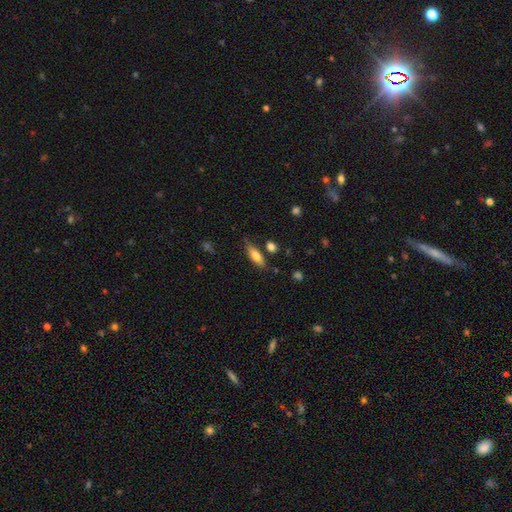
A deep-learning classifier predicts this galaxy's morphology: Smooth or featured? smooth (71%)
How rounded? in between (60%)
Merging? none (75%)